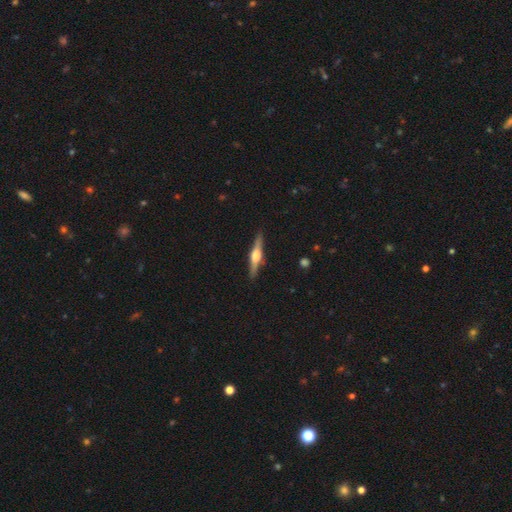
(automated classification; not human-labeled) Q: Smooth or featured?
A: featured or disk (75%); runner-up: smooth (19%)
Q: Edge-on disk?
A: yes (98%); runner-up: no (2%)
Q: Edge-on bulge?
A: rounded (93%); runner-up: boxy (5%)
Q: Merging?
A: none (90%); runner-up: minor disturbance (7%)